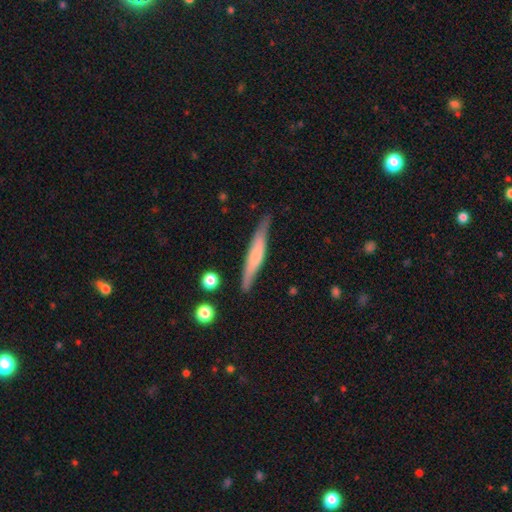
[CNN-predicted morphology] A smooth galaxy with no disk features (51%) that is cigar-shaped (92%). Merging: none (79%).